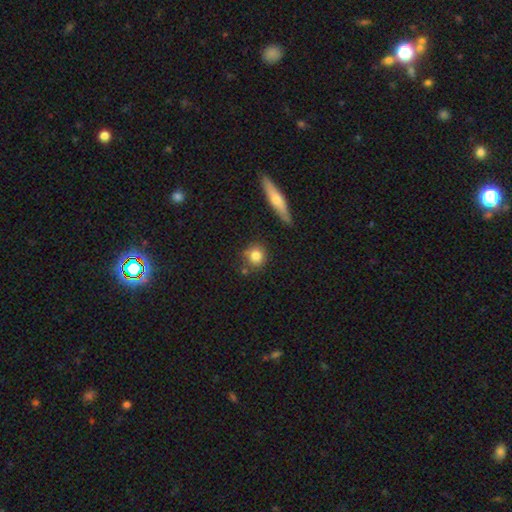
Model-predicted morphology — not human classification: Q: Smooth or featured?
A: smooth (81%); runner-up: featured or disk (10%)
Q: How rounded?
A: round (87%); runner-up: in between (11%)
Q: Merging?
A: none (78%); runner-up: minor disturbance (12%)